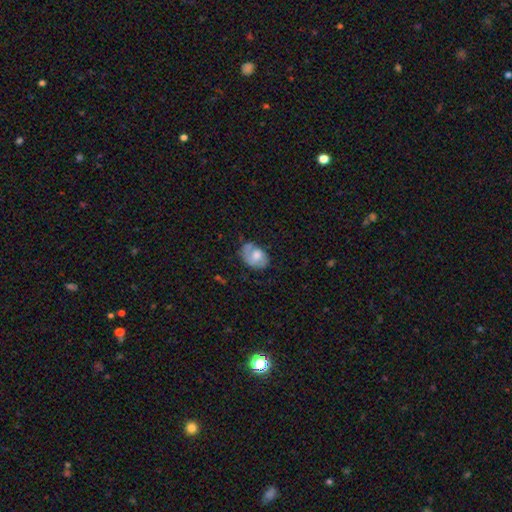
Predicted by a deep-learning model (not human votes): Smooth or featured?
  - smooth: 54% *
  - featured or disk: 39%
  - star or artifact: 7%
How rounded?
  - in between: 78% *
  - round: 21%
  - cigar-shaped: 1%
Merging?
  - none: 45% *
  - minor disturbance: 33%
  - major disturbance: 19%
  - merger: 4%